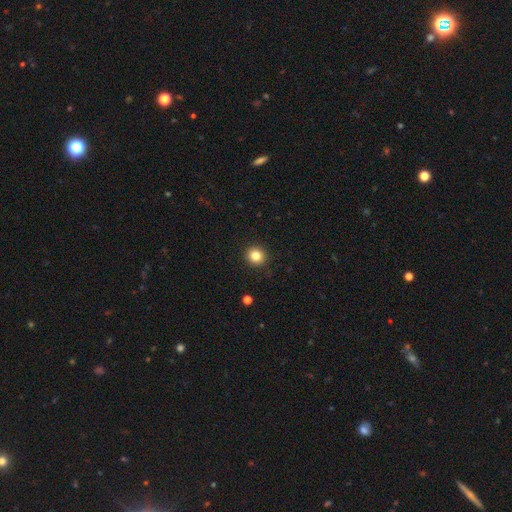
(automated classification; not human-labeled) Smooth or featured? Predicted: smooth (p=0.83). How rounded? Predicted: round (p=0.92). Merging? Predicted: none (p=0.92).